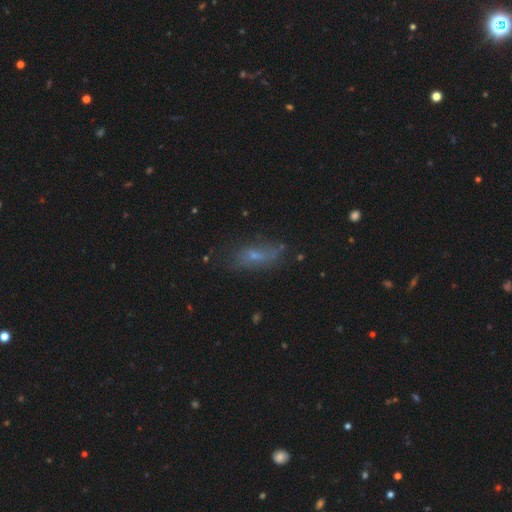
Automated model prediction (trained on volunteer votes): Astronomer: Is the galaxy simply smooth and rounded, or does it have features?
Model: smooth — 50% (runner-up: featured or disk, 36%).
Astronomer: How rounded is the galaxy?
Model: in between — 65%.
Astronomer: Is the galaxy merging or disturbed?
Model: none — 60%.